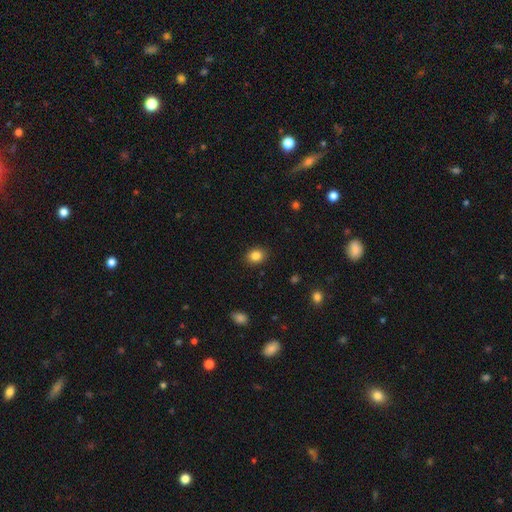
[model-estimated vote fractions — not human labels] Smooth or featured? Predicted: smooth (p=0.85). How rounded? Predicted: round (p=0.54). Merging? Predicted: none (p=0.89).